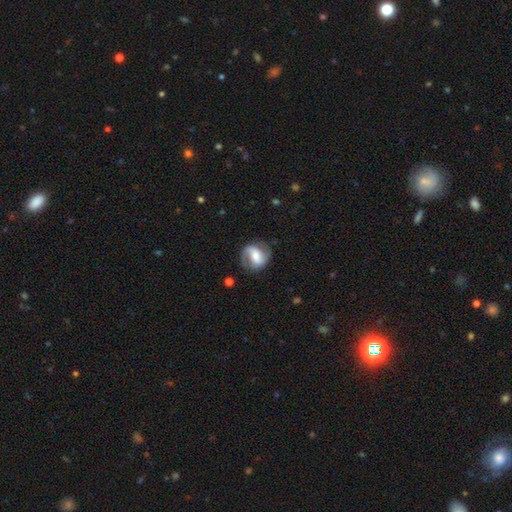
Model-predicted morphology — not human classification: Smooth or featured: featured or disk — 70% (smooth — 24%)
Edge-on disk: no — 97% (yes — 3%)
Bar: strong — 40% (weak — 38%)
Spiral arms: yes — 88% (no — 12%)
Spiral winding: medium — 46% (tight — 28%)
Spiral arm count: 2 — 82% (1 — 9%)
Bulge size: moderate — 50% (small — 33%)
Merging: none — 74% (minor disturbance — 16%)